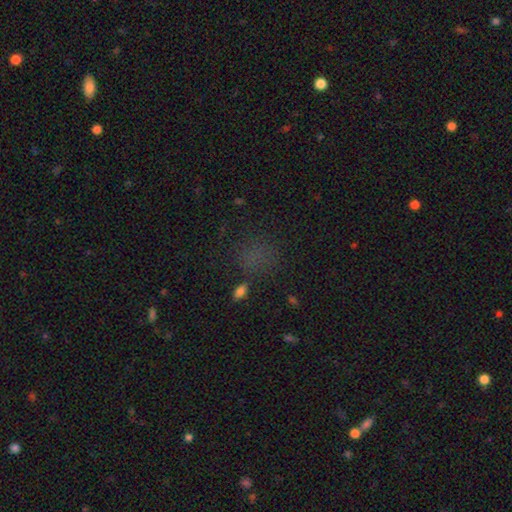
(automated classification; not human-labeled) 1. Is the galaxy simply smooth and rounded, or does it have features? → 53% smooth, 38% star or artifact, 9% featured or disk.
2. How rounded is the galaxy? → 72% round, 26% in between, 2% cigar-shaped.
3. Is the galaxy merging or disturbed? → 69% none, 15% minor disturbance, 10% major disturbance, 6% merger.